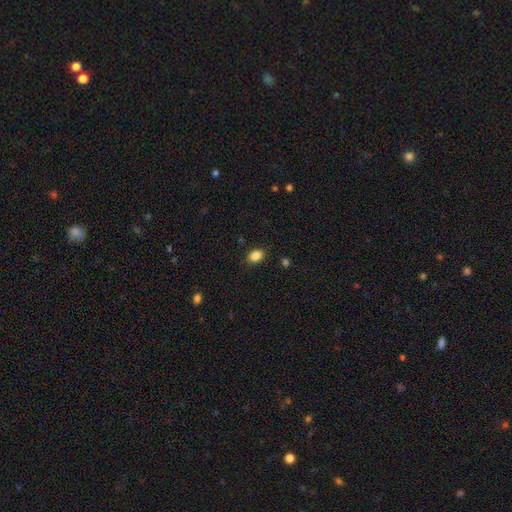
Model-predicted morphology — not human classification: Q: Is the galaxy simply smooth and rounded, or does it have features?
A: smooth — 86%.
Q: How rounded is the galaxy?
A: in between — 78%.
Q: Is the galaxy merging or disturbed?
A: none — 87%.